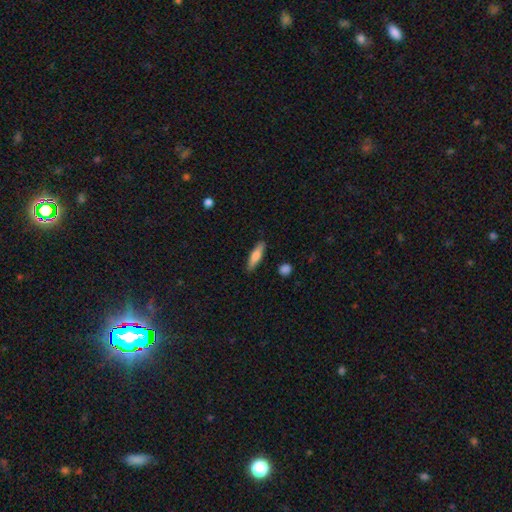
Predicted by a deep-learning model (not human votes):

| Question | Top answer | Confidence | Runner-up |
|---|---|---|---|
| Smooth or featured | smooth | 66% | featured or disk (27%) |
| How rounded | cigar-shaped | 68% | in between (30%) |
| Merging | none | 87% | minor disturbance (9%) |